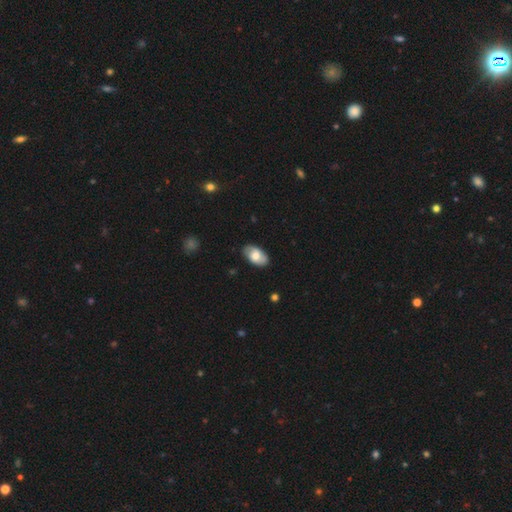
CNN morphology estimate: smooth-or-featured: smooth: 66% | featured or disk: 28% | star or artifact: 6%
  how-rounded: in between: 94% | round: 5% | cigar-shaped: 2%
  merging: none: 83% | minor disturbance: 14% | major disturbance: 2% | merger: 1%